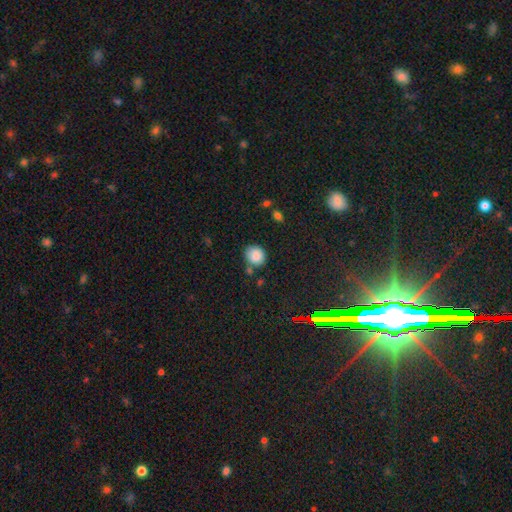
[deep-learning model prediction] Overall: smooth (84%). How rounded: round (75%). Merging: none (69%).